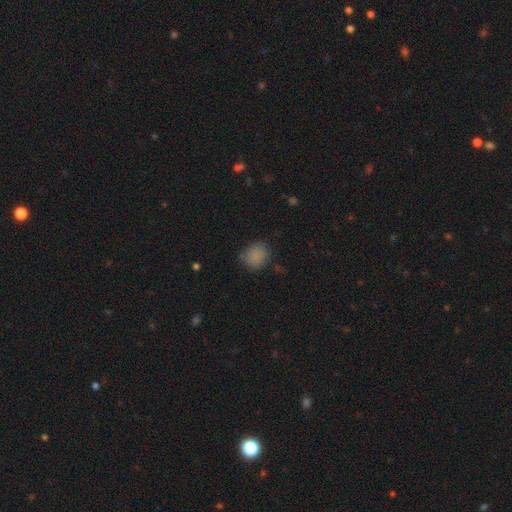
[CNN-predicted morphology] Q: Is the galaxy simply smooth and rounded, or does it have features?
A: smooth — 84%.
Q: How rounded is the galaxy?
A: round — 71%.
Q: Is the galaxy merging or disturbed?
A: none — 75%.